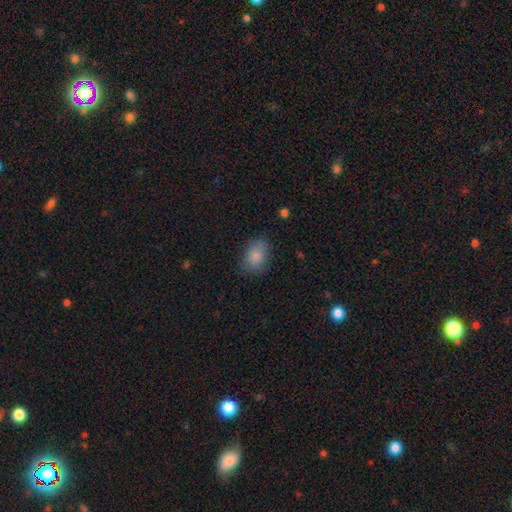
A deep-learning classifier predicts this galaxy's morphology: This is clearly a smooth galaxy (86%). How rounded: likely in between (67%). Merging: likely none (78%).